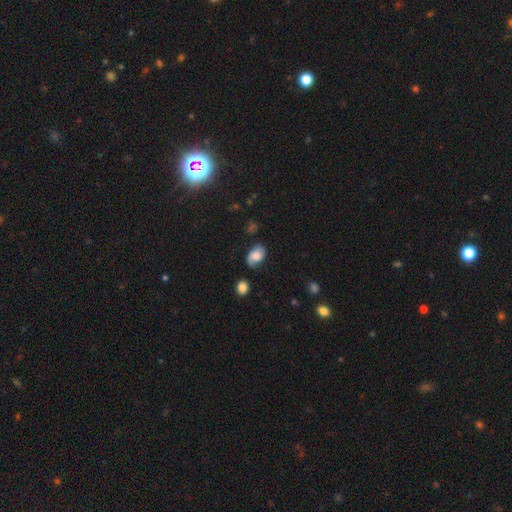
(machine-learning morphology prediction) smooth_or_featured: smooth (p=0.62) [alt: featured or disk p=0.29]
how_rounded: in between (p=0.86) [alt: round p=0.13]
merging: none (p=0.58) [alt: minor disturbance p=0.29]